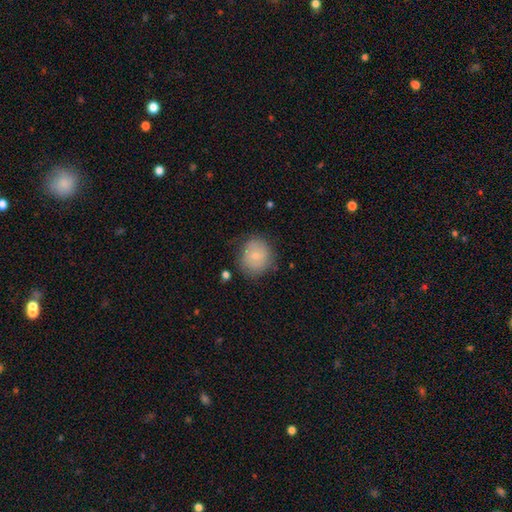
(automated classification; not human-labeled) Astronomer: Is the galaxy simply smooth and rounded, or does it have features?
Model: smooth — 77%.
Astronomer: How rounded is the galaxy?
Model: round — 82%.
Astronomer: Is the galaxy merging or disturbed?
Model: none — 74%.